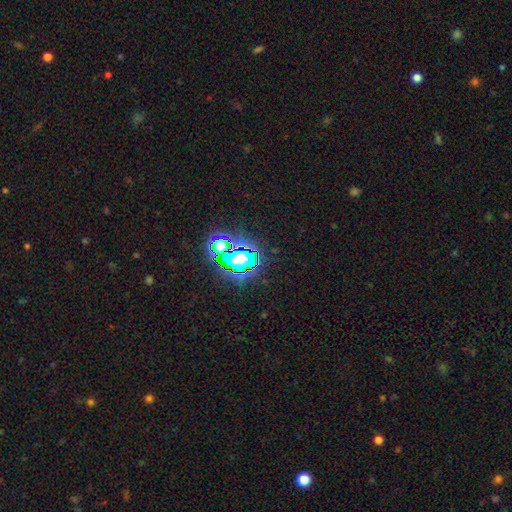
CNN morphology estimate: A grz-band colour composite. It shows a star or artifact, not a galaxy (78%).